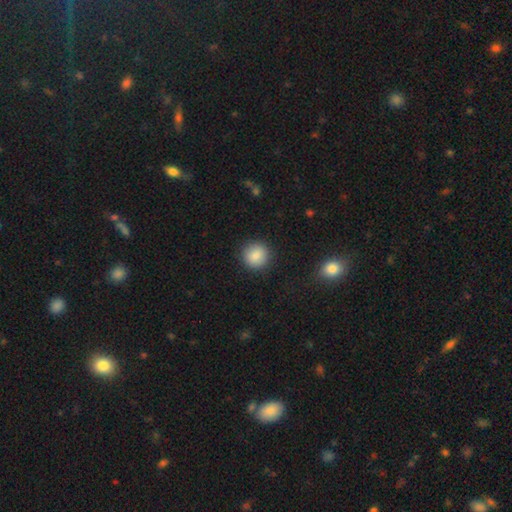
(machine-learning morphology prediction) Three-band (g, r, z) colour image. It shows a smooth galaxy with no disk features (86%) that is round (92%). Merging: none (90%).